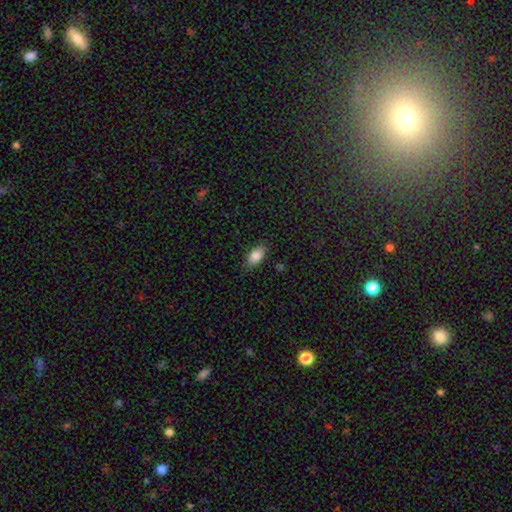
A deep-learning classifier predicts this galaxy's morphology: smooth-or-featured: smooth: 84% | featured or disk: 8% | star or artifact: 8%
  how-rounded: in between: 91% | cigar-shaped: 5% | round: 4%
  merging: none: 85% | minor disturbance: 11% | major disturbance: 2% | merger: 1%